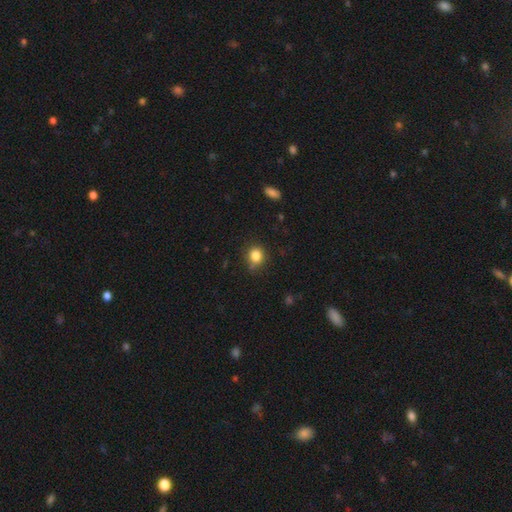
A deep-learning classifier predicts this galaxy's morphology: This is clearly a smooth galaxy (84%). How rounded: likely round (74%). Merging: likely none (73%).